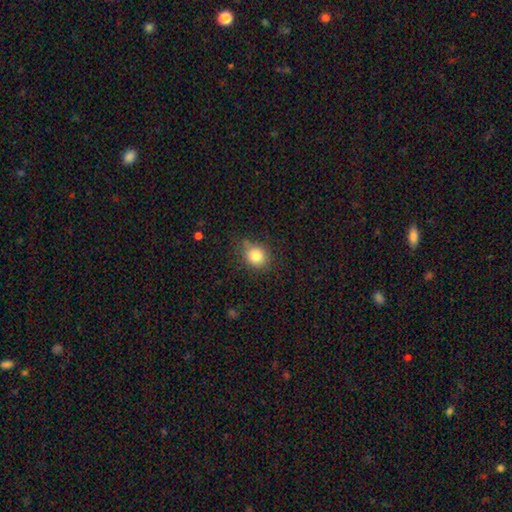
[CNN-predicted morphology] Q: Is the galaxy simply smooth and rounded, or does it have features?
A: smooth — 82%.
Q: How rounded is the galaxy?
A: round — 71%.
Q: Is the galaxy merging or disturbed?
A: none — 71%.